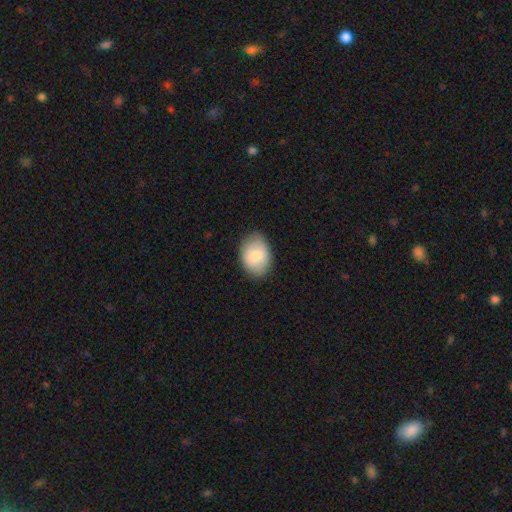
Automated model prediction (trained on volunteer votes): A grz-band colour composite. It shows a smooth galaxy with no disk features (80%) that is in between round and cigar-shaped (79%). Merging: none (83%).